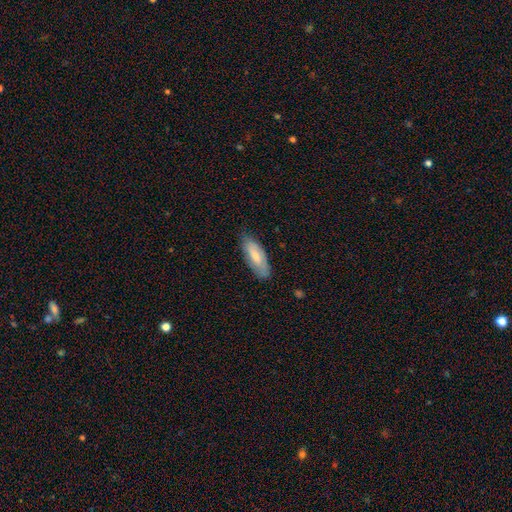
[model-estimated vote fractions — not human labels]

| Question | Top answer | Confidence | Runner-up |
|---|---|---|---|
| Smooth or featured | smooth | 66% | featured or disk (28%) |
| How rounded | in between | 73% | cigar-shaped (25%) |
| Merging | none | 75% | minor disturbance (20%) |